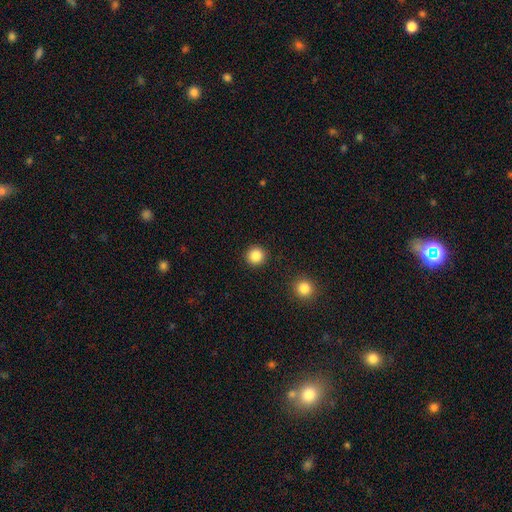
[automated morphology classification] Smooth or featured: smooth — 85% (star or artifact — 11%)
How rounded: round — 94% (in between — 5%)
Merging: none — 92% (minor disturbance — 5%)